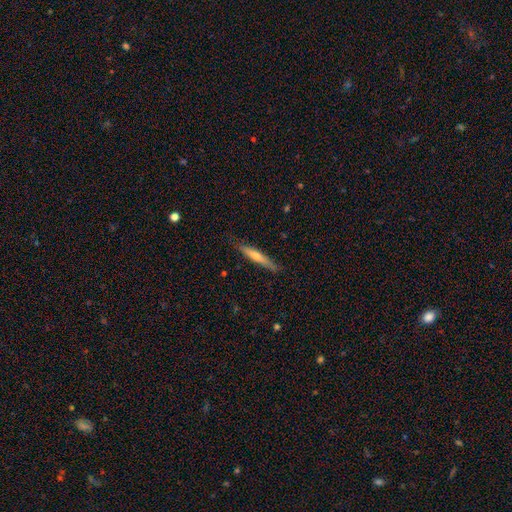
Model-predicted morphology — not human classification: Smooth or featured?
  - featured or disk: 54% *
  - smooth: 40%
  - star or artifact: 6%
Edge-on disk?
  - yes: 95% *
  - no: 5%
Edge-on bulge?
  - rounded: 71% *
  - none: 23%
  - boxy: 6%
Merging?
  - none: 86% *
  - minor disturbance: 11%
  - major disturbance: 2%
  - merger: 1%